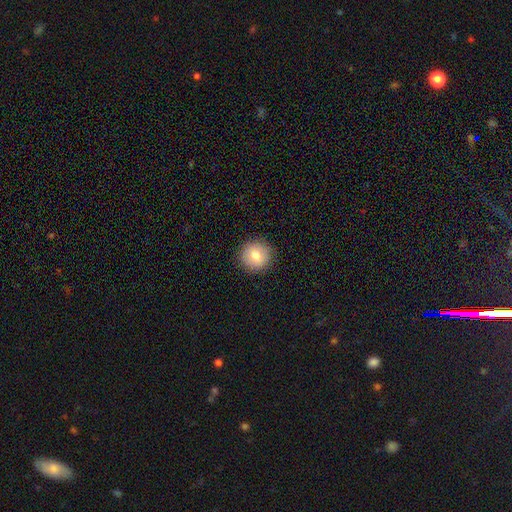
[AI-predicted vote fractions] This is likely a smooth galaxy (77%). How rounded: clearly round (92%). Merging: clearly none (89%).